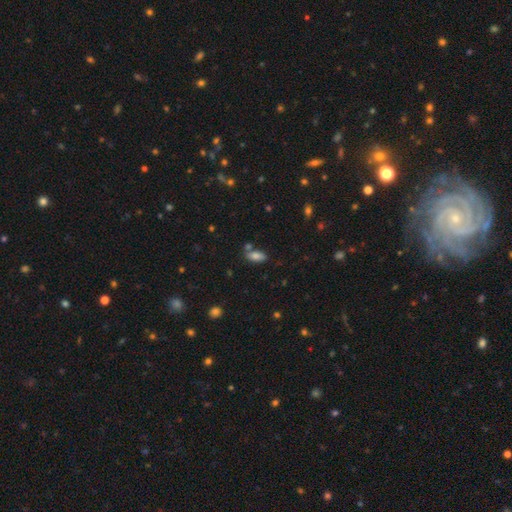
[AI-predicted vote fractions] smooth 83%, star or artifact 9%, featured or disk 8%. Down the decision tree: how rounded — in between (87%); merging — none (68%).